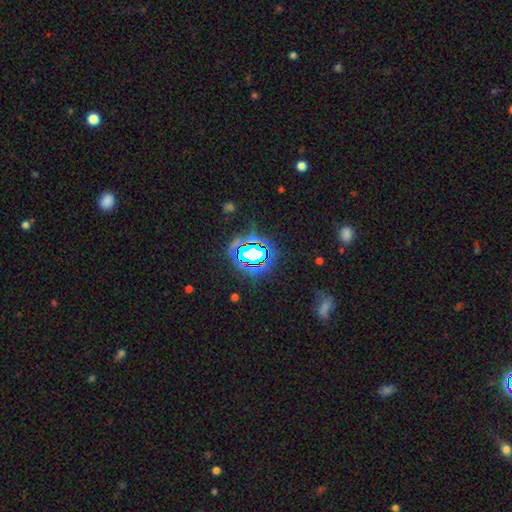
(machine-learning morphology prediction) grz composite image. It shows a star or artifact, not a galaxy (69%).